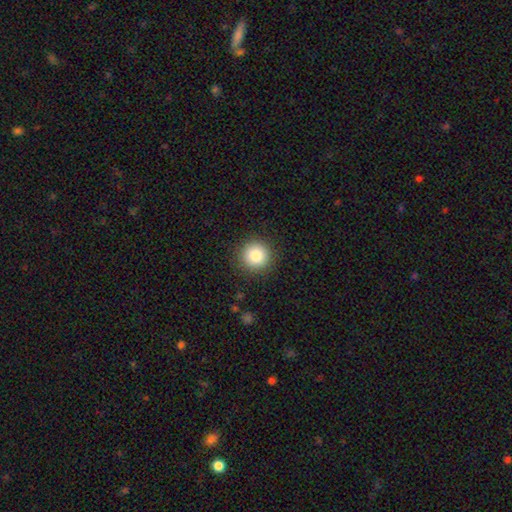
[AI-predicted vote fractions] Smooth or featured? Predicted: smooth (p=0.85). How rounded? Predicted: round (p=0.95). Merging? Predicted: none (p=0.91).